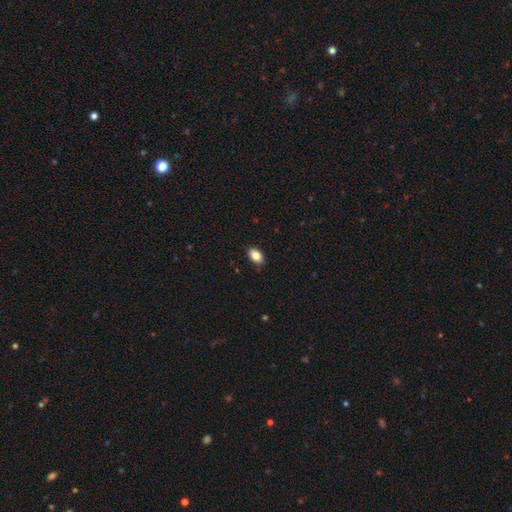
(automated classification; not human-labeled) smooth 86%, star or artifact 8%, featured or disk 6%. Down the decision tree: how rounded — in between (87%); merging — none (87%).